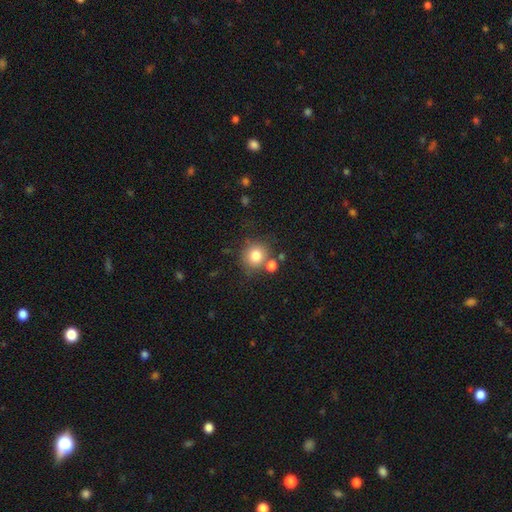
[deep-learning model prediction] Morphology: type=smooth (79%); roundness=round (87%); merging=none (70%).